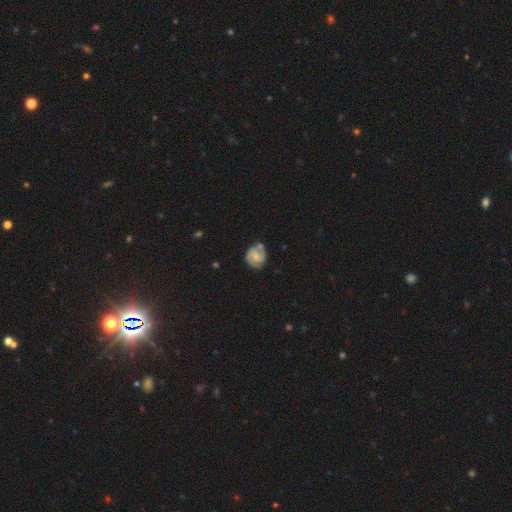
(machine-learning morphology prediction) Smooth or featured? featured or disk (67%)
Edge-on disk? no (98%)
Bar? weak (46%)
Spiral arms? yes (92%)
Spiral winding? medium (45%)
Spiral arm count? 2 (75%)
Bulge size? small (48%)
Merging? none (63%)